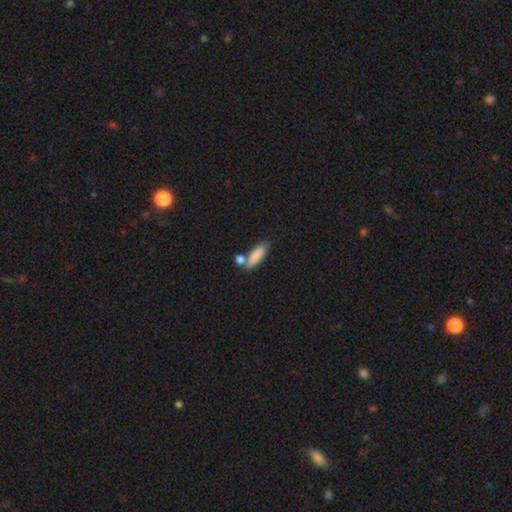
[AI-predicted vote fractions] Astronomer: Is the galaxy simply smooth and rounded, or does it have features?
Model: smooth — 85%.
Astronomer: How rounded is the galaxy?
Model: in between — 59% (runner-up: cigar-shaped, 38%).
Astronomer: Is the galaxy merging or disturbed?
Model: none — 56%.